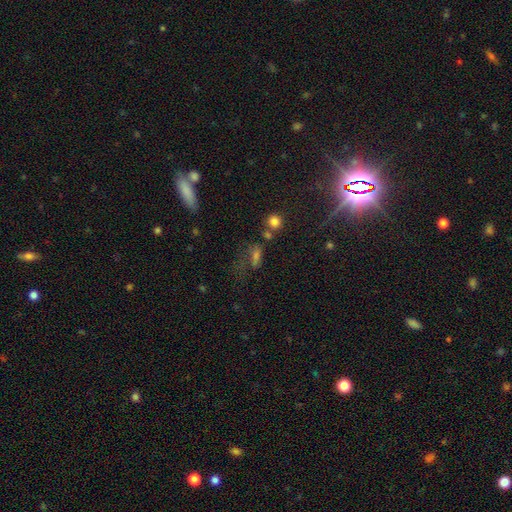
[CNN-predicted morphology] smooth-or-featured: smooth: 46% | star or artifact: 32% | featured or disk: 23%
  merging: none: 43% | major disturbance: 26% | minor disturbance: 19% | merger: 12%